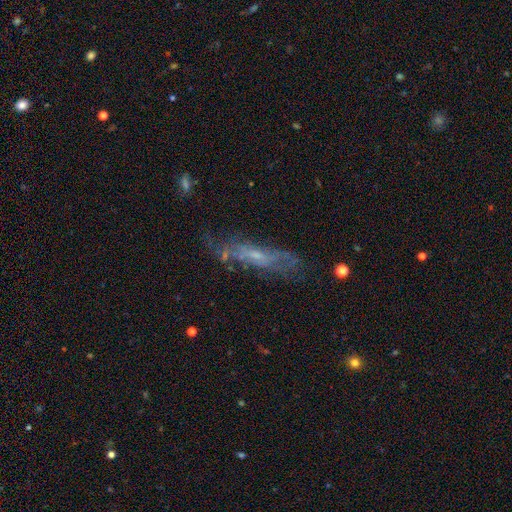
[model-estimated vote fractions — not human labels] A featured or disk galaxy (61%).

Vote fractions:
- Smooth or featured? featured or disk: 61% / smooth: 29% / star or artifact: 11%
- Edge-on disk? no: 55% / yes: 45%
- Merging? none: 64% / minor disturbance: 22% / major disturbance: 11% / merger: 4%